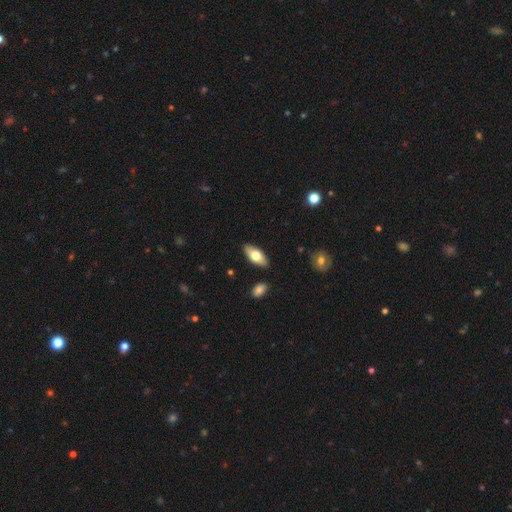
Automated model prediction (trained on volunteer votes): The model was most divided on "smooth or featured": smooth: 70%, featured or disk: 24%, star or artifact: 6%. More confident: merging — none (87%); how rounded — in between (86%).